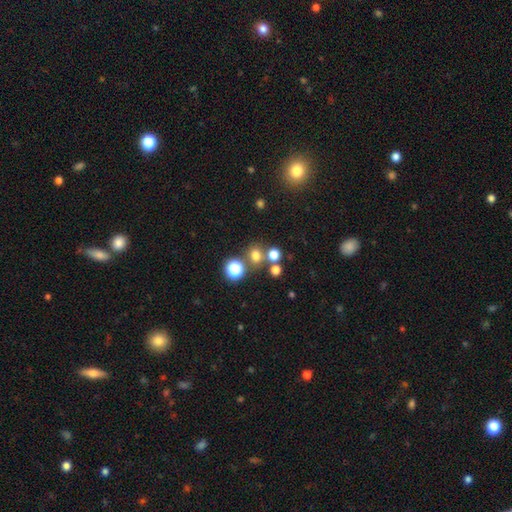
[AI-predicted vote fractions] A smooth galaxy with no disk features (69%) that is round (76%).

Vote fractions:
- Smooth or featured? smooth: 69% / star or artifact: 23% / featured or disk: 8%
- How rounded? round: 76% / in between: 23% / cigar-shaped: 1%
- Merging? none: 67% / merger: 20% / minor disturbance: 9% / major disturbance: 4%